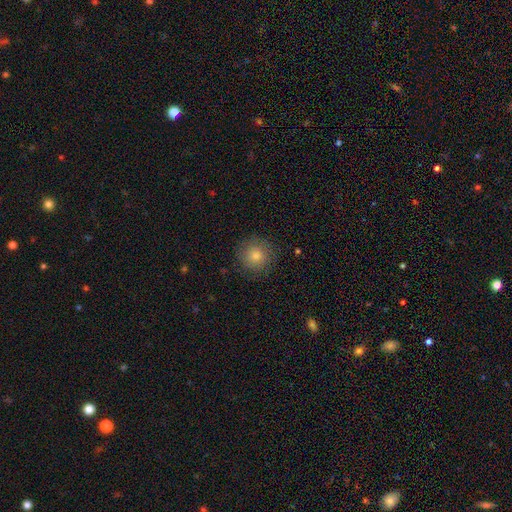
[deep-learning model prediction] This is likely a smooth galaxy (76%). How rounded: clearly round (94%). Merging: clearly none (87%).